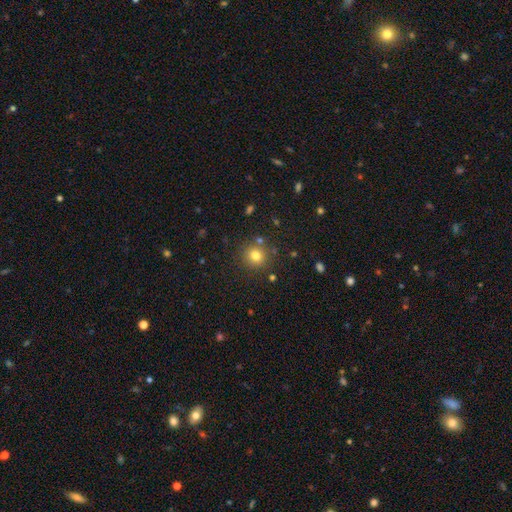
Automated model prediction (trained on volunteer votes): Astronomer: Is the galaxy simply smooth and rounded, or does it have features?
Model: smooth — 78%.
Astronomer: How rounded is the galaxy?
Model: round — 91%.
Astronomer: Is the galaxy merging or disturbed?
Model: none — 83%.